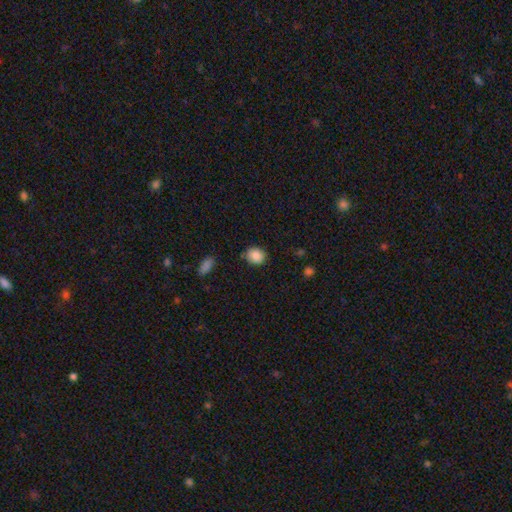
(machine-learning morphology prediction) Smooth or featured? smooth (87%)
How rounded? round (68%)
Merging? none (79%)